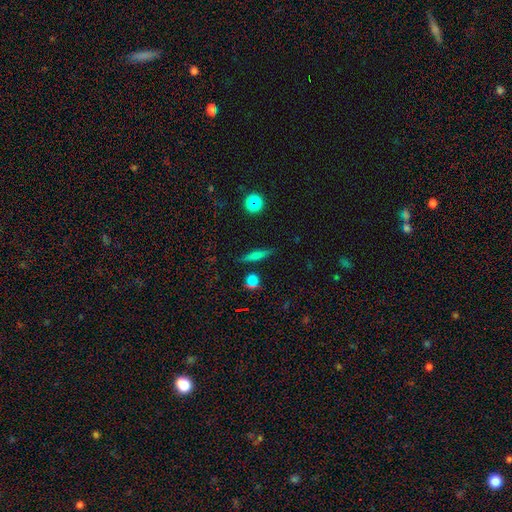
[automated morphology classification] Smooth or featured?
  - smooth: 61% *
  - featured or disk: 28%
  - star or artifact: 12%
How rounded?
  - cigar-shaped: 80% *
  - in between: 14%
  - round: 6%
Merging?
  - none: 85% *
  - minor disturbance: 10%
  - merger: 3%
  - major disturbance: 3%